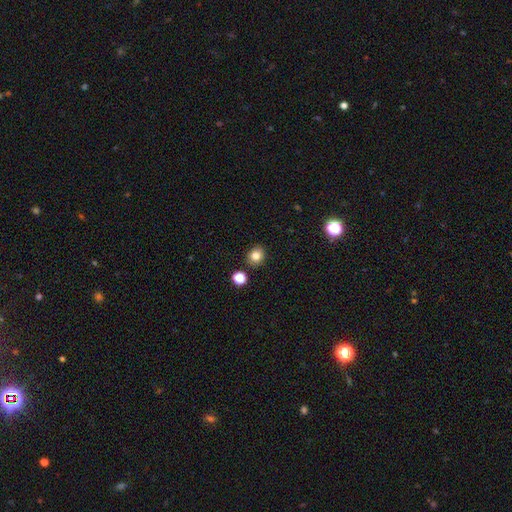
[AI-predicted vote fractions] Smooth or featured? Predicted: smooth (p=0.80). How rounded? Predicted: round (p=0.69). Merging? Predicted: none (p=0.87).